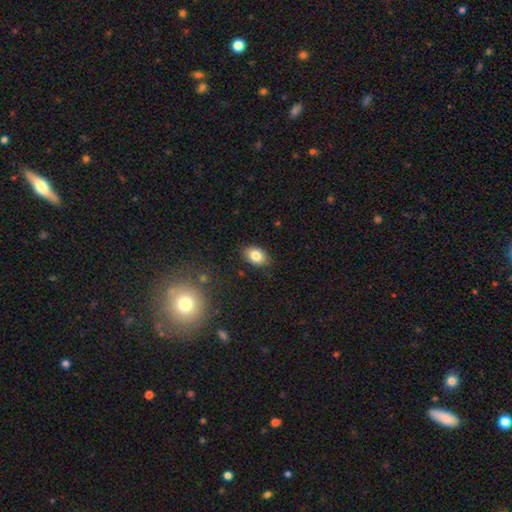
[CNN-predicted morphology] This appears to be a smooth galaxy with no disk features (83%) that is in between round and cigar-shaped (86%). Merging: none (86%).